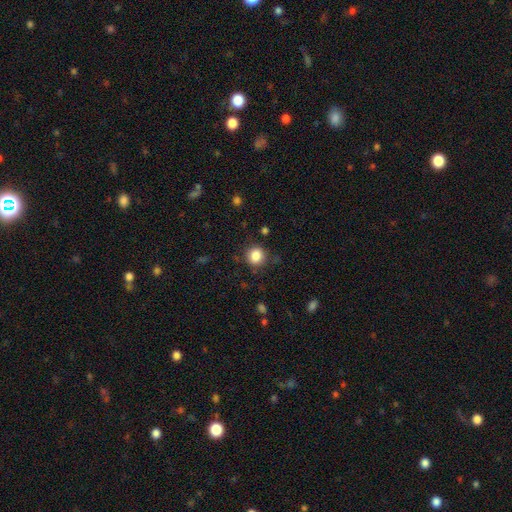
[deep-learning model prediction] Morphology: type=smooth (85%); roundness=round (87%); merging=none (84%).